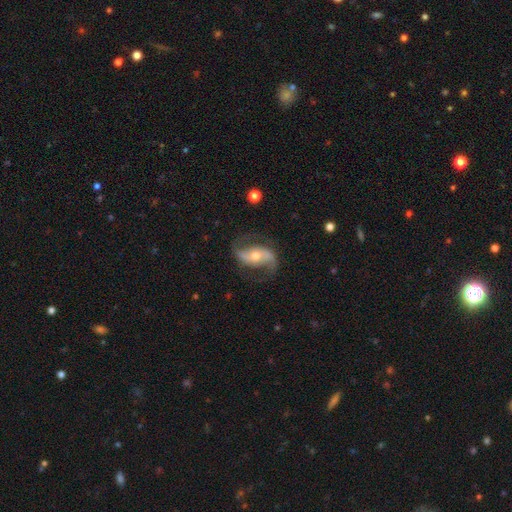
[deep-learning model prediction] Q: Smooth or featured?
A: featured or disk (86%); runner-up: smooth (8%)
Q: Edge-on disk?
A: no (96%); runner-up: yes (4%)
Q: Bar?
A: no (36%); runner-up: strong (34%)
Q: Spiral arms?
A: yes (95%); runner-up: no (5%)
Q: Spiral winding?
A: loose (51%); runner-up: medium (38%)
Q: Spiral arm count?
A: 2 (92%); runner-up: can't tell (3%)
Q: Bulge size?
A: moderate (53%); runner-up: small (42%)
Q: Merging?
A: none (75%); runner-up: minor disturbance (15%)